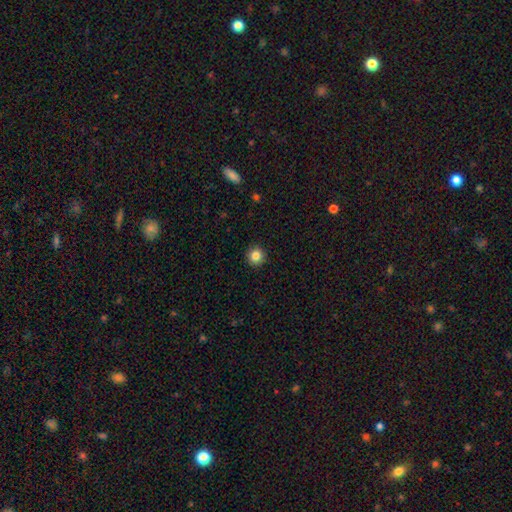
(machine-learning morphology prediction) A smooth galaxy with no disk features (84%) that is round (95%).

Vote fractions:
- Smooth or featured? smooth: 84% / star or artifact: 10% / featured or disk: 5%
- How rounded? round: 95% / in between: 4% / cigar-shaped: 1%
- Merging? none: 92% / minor disturbance: 5% / major disturbance: 2% / merger: 1%